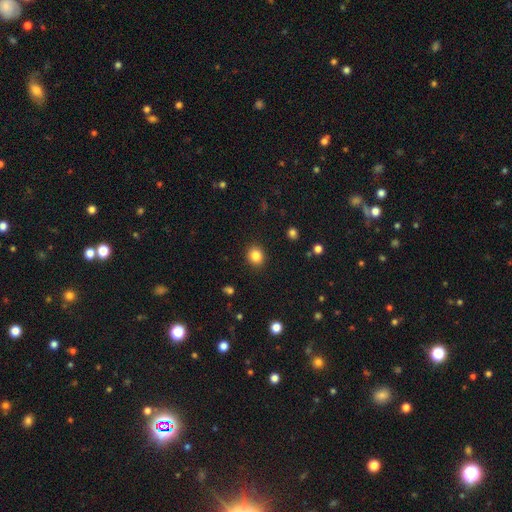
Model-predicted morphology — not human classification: Smooth or featured?
  - smooth: 84% *
  - star or artifact: 11%
  - featured or disk: 5%
How rounded?
  - round: 76% *
  - in between: 23%
  - cigar-shaped: 1%
Merging?
  - none: 91% *
  - minor disturbance: 6%
  - major disturbance: 2%
  - merger: 1%